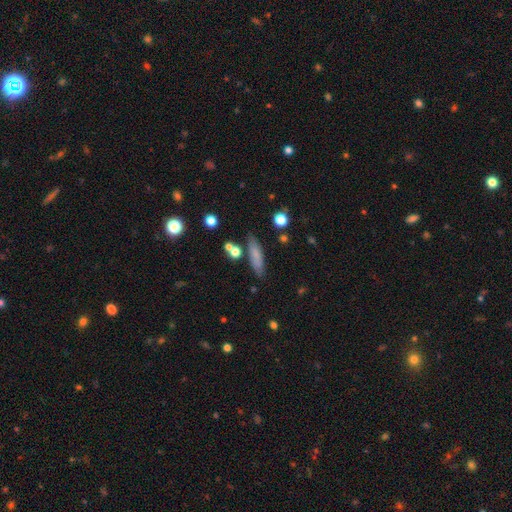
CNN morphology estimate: Smooth or featured? smooth (73%)
How rounded? cigar-shaped (68%)
Merging? none (78%)